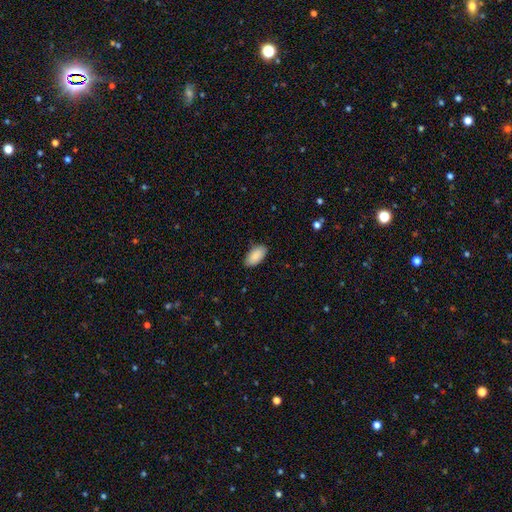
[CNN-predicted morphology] A smooth galaxy with no disk features (89%) that is in between round and cigar-shaped (94%).

Vote fractions:
- Smooth or featured? smooth: 89% / star or artifact: 6% / featured or disk: 5%
- How rounded? in between: 94% / cigar-shaped: 4% / round: 2%
- Merging? none: 84% / minor disturbance: 12% / major disturbance: 2% / merger: 1%